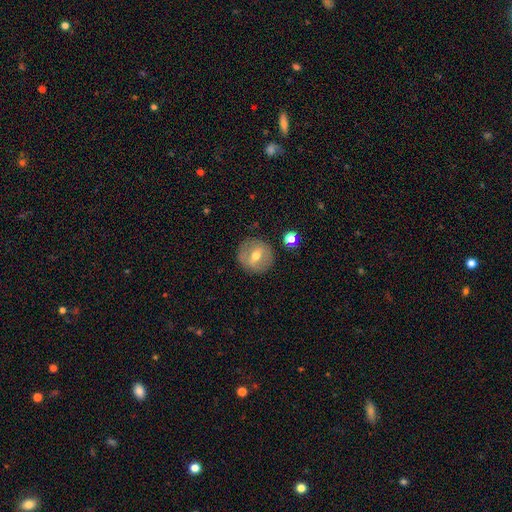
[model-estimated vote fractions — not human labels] Smooth or featured?
  - smooth: 47% *
  - featured or disk: 45%
  - star or artifact: 8%
Merging?
  - none: 85% *
  - minor disturbance: 10%
  - major disturbance: 3%
  - merger: 2%